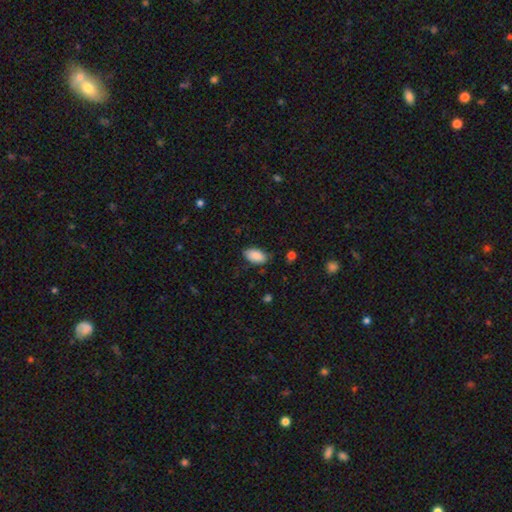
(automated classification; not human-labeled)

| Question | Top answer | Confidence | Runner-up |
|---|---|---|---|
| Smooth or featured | smooth | 89% | star or artifact (7%) |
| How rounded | in between | 94% | round (3%) |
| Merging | none | 79% | minor disturbance (16%) |